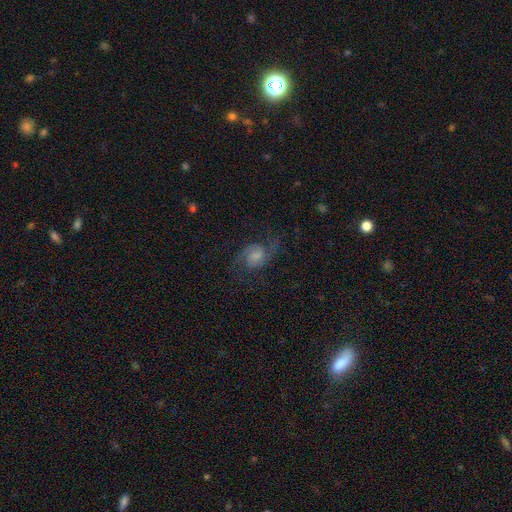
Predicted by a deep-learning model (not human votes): smooth-or-featured: featured or disk: 80% | smooth: 10% | star or artifact: 10%
  disk-edge-on: no: 98% | yes: 2%
    bar: weak: 46% | no: 45% | strong: 9%
    has-spiral-arms: yes: 97% | no: 3%
      spiral-winding: medium: 54% | loose: 29% | tight: 17%
      spiral-arm-count: 2: 91% | can't tell: 3% | 1: 2% | 3: 2% | 4: 1% | more than 4: 1%
    bulge-size: small: 34% | moderate: 33% | none: 20% | large: 11% | dominant: 2%
  merging: none: 74% | minor disturbance: 15% | major disturbance: 10% | merger: 1%